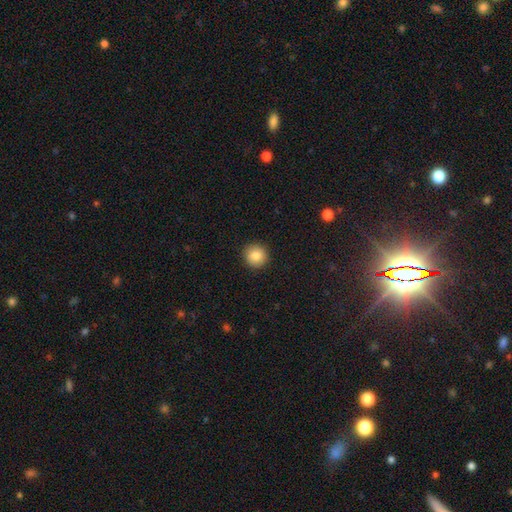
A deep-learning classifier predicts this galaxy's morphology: This appears to be a smooth galaxy with no disk features (86%) that is round (94%). Merging: none (92%).